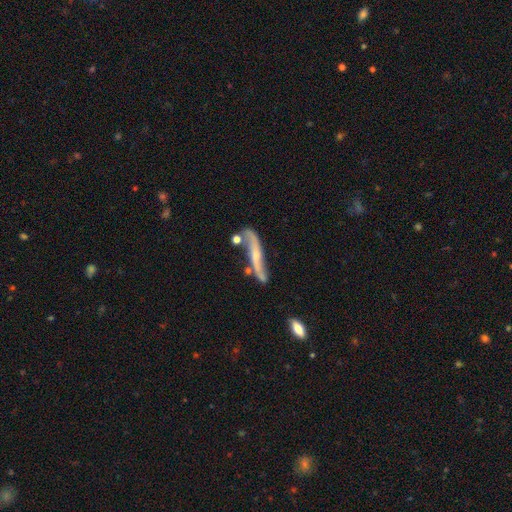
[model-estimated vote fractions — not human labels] Smooth or featured? featured or disk (73%)
Edge-on disk? no (52%)
Merging? none (58%)